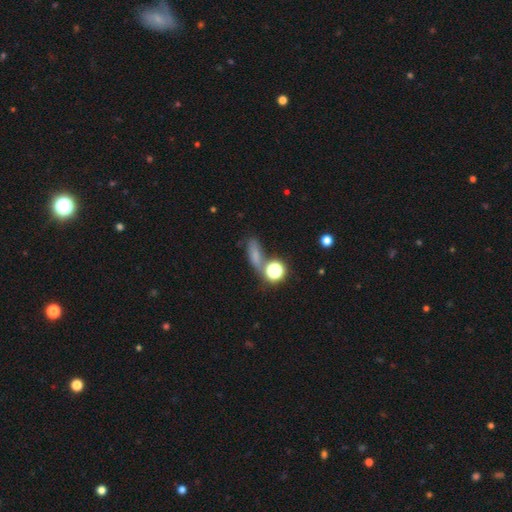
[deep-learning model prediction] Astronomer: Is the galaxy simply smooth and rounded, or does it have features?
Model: smooth — 64%.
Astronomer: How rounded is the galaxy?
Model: in between — 49% (runner-up: cigar-shaped, 30%).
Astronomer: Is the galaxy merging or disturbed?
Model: none — 49%.